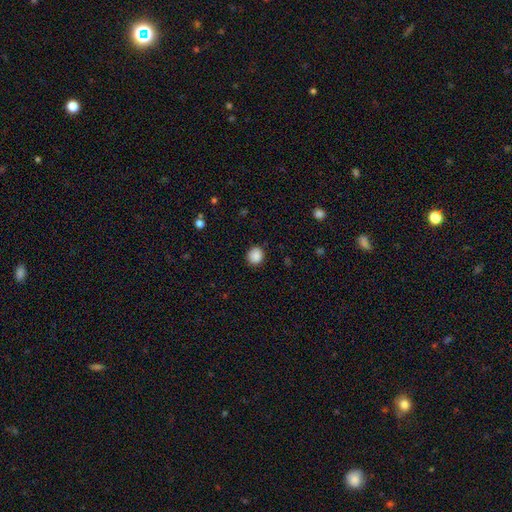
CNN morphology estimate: smooth 88%, star or artifact 9%, featured or disk 3%. Down the decision tree: how rounded — round (83%); merging — none (87%).